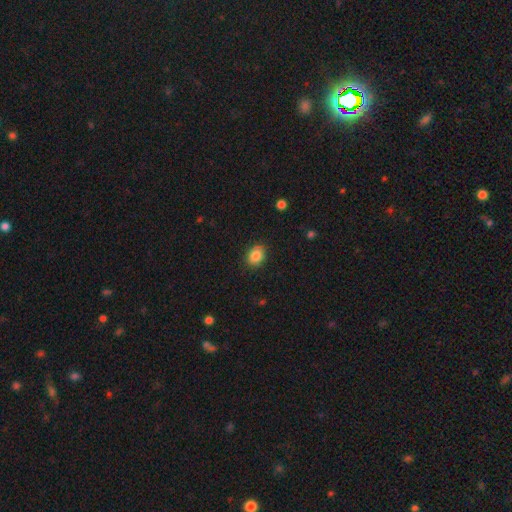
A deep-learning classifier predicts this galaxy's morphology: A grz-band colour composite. It shows a smooth galaxy with no disk features (86%) that is in between round and cigar-shaped (60%). Merging: none (85%).